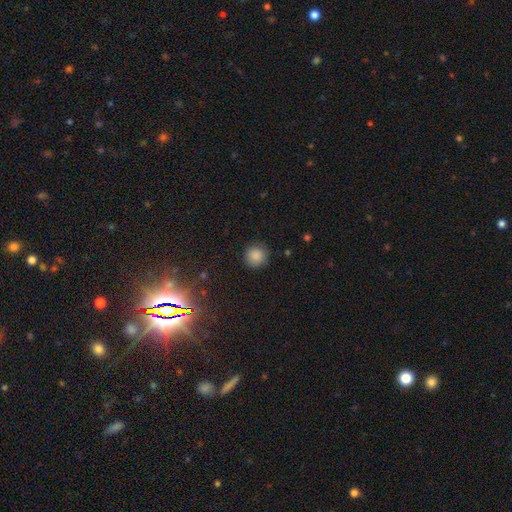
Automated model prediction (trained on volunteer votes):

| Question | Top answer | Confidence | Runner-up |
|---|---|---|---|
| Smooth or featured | smooth | 86% | star or artifact (10%) |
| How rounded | round | 94% | in between (5%) |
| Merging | none | 89% | minor disturbance (8%) |